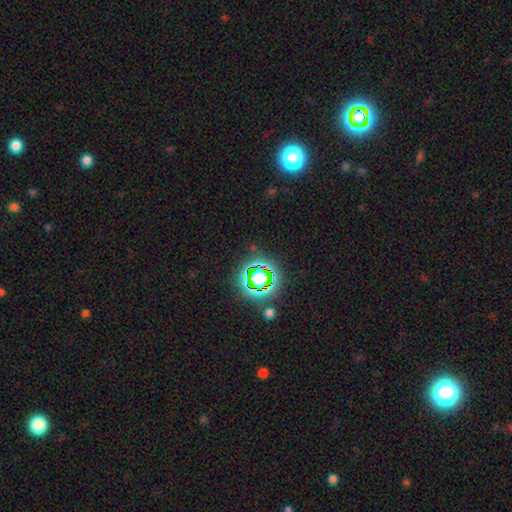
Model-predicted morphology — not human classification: star or artifact 75%, smooth 17%, featured or disk 8%.